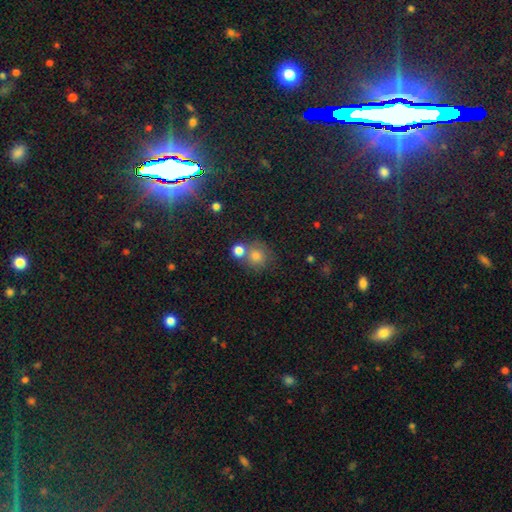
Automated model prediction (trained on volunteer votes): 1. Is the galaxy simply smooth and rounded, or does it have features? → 73% smooth, 17% star or artifact, 9% featured or disk.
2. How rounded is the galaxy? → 88% round, 11% in between, 1% cigar-shaped.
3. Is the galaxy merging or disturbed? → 61% none, 26% merger, 10% minor disturbance, 4% major disturbance.